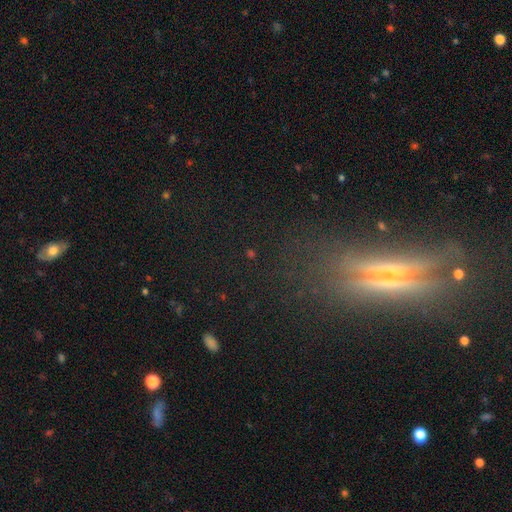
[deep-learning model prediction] smooth_or_featured: featured or disk (p=0.52) [alt: star or artifact p=0.25]
disk_edge_on: yes (p=0.68) [alt: no p=0.32]
merging: none (p=0.59) [alt: minor disturbance p=0.18]